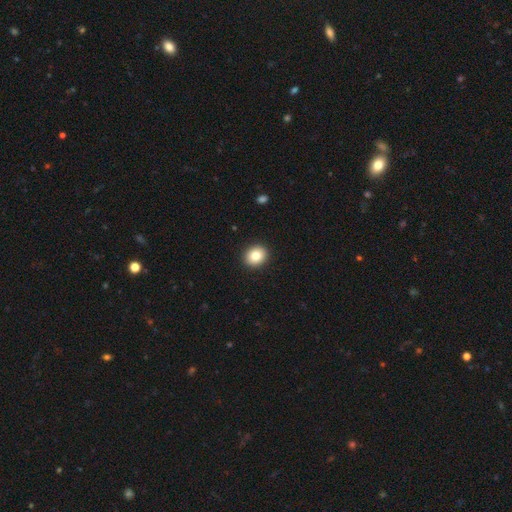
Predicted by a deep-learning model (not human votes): smooth 83%, star or artifact 9%, featured or disk 8%. Down the decision tree: how rounded — round (67%); merging — none (92%).